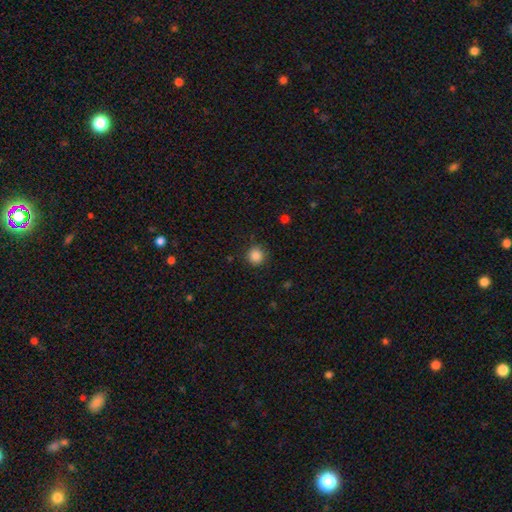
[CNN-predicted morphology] smooth-or-featured: smooth: 87% | star or artifact: 10% | featured or disk: 3%
  how-rounded: round: 94% | in between: 5% | cigar-shaped: 1%
  merging: none: 88% | minor disturbance: 8% | major disturbance: 3% | merger: 1%